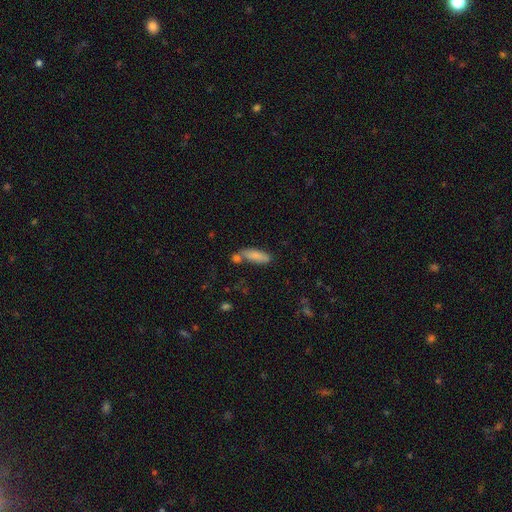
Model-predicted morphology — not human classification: type=smooth (82%); roundness=cigar-shaped (52%); merging=none (55%).